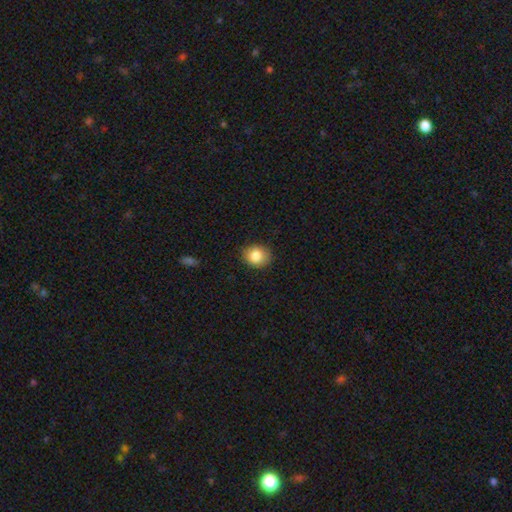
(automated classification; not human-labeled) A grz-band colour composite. It shows a smooth galaxy with no disk features (85%) that is round (58%). Merging: none (86%).